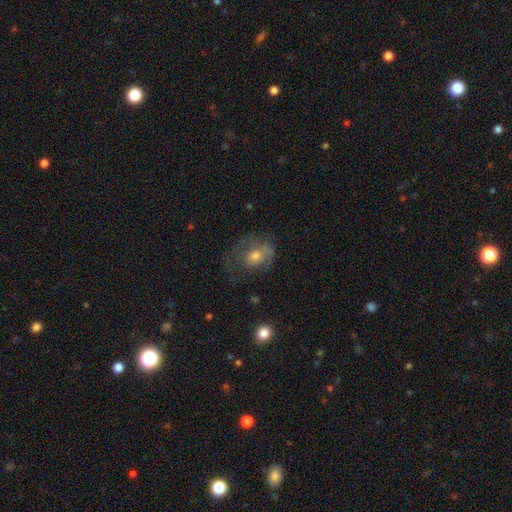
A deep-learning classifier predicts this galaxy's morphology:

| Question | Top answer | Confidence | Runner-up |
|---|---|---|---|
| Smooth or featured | smooth | 46% | featured or disk (42%) |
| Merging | none | 40% | major disturbance (34%) |